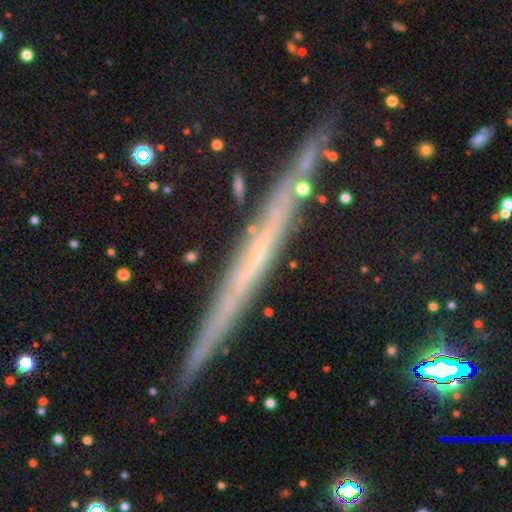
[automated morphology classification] Overall: featured or disk (64%). Edge-on disk: yes (95%). Edge-on bulge: none (87%). Merging: none (87%).